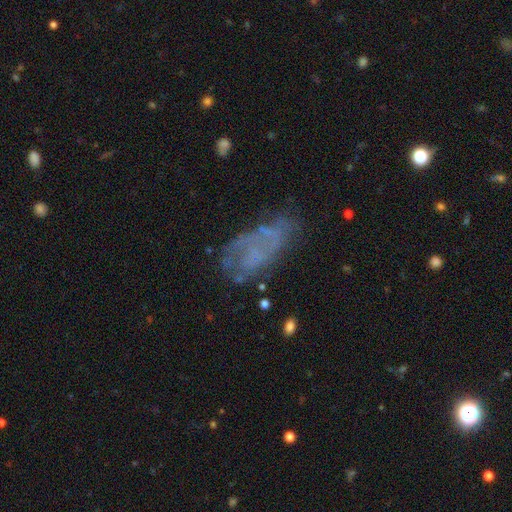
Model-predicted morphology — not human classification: Q: Smooth or featured?
A: featured or disk (57%); runner-up: smooth (30%)
Q: Edge-on disk?
A: no (94%); runner-up: yes (6%)
Q: Bar?
A: no (82%); runner-up: weak (14%)
Q: Spiral arms?
A: no (55%); runner-up: yes (45%)
Q: Bulge size?
A: none (76%); runner-up: small (14%)
Q: Merging?
A: none (53%); runner-up: minor disturbance (24%)